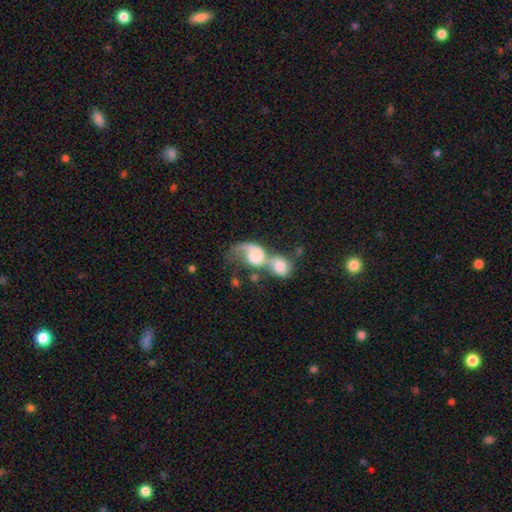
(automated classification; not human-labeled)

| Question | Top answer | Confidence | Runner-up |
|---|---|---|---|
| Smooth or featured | featured or disk | 53% | smooth (39%) |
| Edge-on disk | no | 97% | yes (3%) |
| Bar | no | 67% | weak (25%) |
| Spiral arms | yes | 77% | no (23%) |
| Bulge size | large | 27% | tied: none (27%) |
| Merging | merger | 75% | major disturbance (12%) |